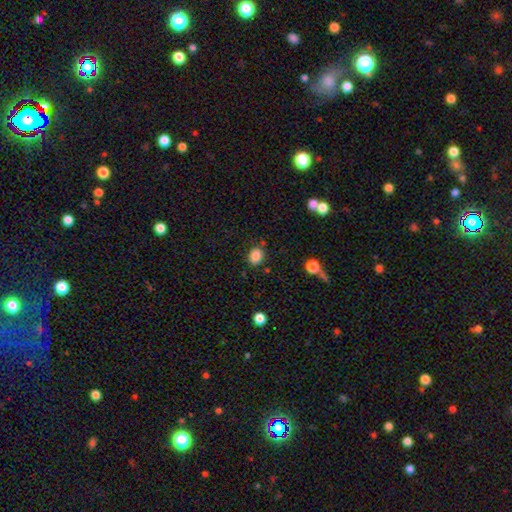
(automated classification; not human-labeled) Overall: smooth (85%). How rounded: round (52%; in between 47%). Merging: none (80%).